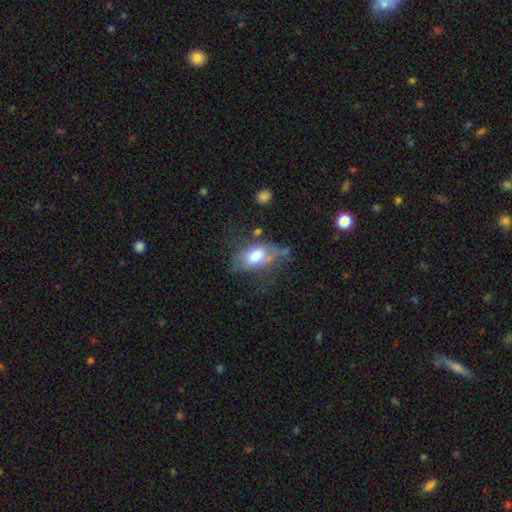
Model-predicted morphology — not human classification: type=smooth (61%); roundness=in between (85%); merging=none (39%).